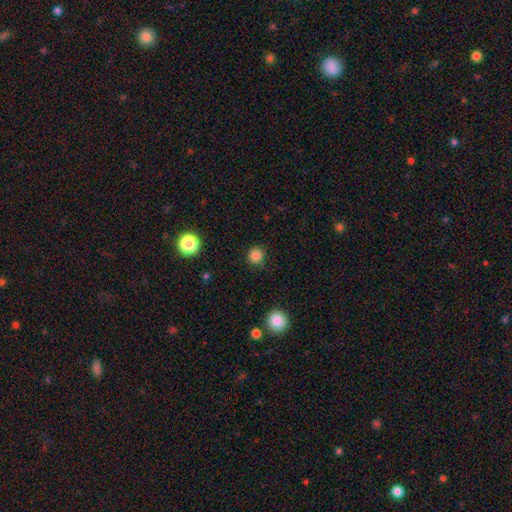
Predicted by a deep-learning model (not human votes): Smooth or featured? Predicted: smooth (p=0.83). How rounded? Predicted: round (p=0.94). Merging? Predicted: none (p=0.86).